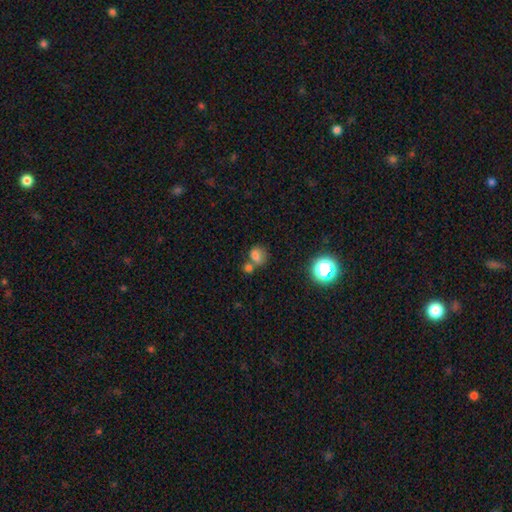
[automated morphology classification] Q: Smooth or featured?
A: smooth (74%); runner-up: star or artifact (16%)
Q: How rounded?
A: round (58%); runner-up: in between (40%)
Q: Merging?
A: none (42%); runner-up: merger (41%)